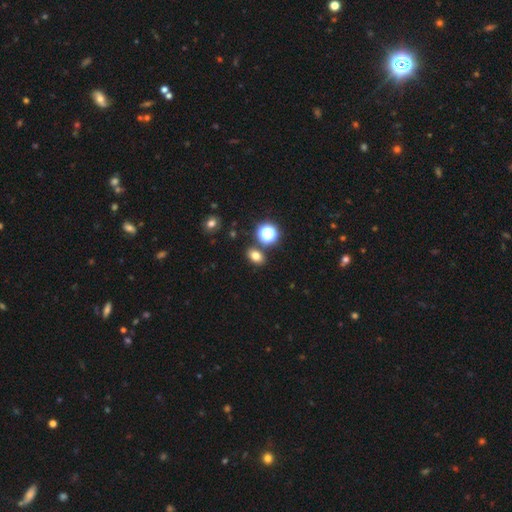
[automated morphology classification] Smooth or featured?
  - smooth: 74% *
  - star or artifact: 18%
  - featured or disk: 8%
How rounded?
  - in between: 69% *
  - round: 30%
  - cigar-shaped: 1%
Merging?
  - none: 80% *
  - minor disturbance: 9%
  - merger: 8%
  - major disturbance: 3%